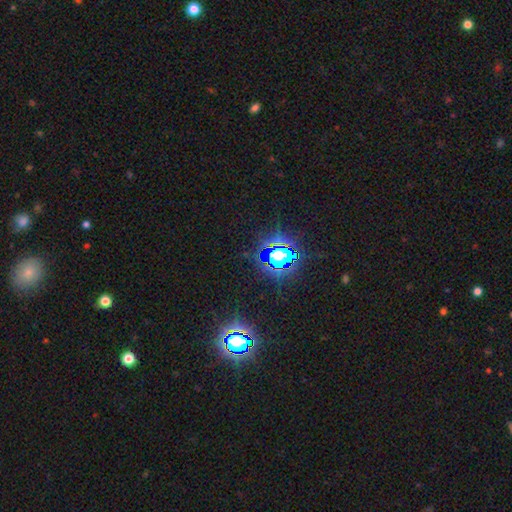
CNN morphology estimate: smooth_or_featured: star or artifact (p=0.82) [alt: smooth p=0.12]